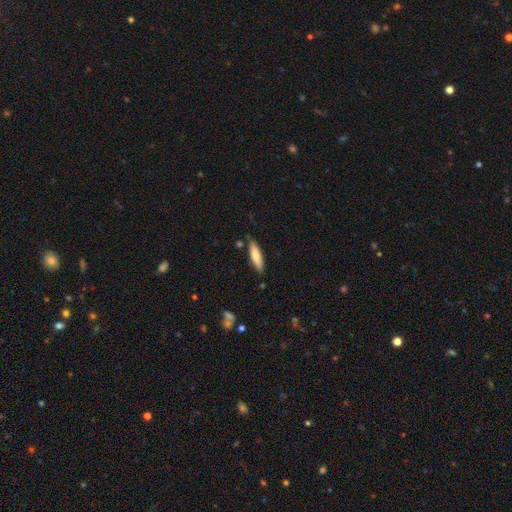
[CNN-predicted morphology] A smooth galaxy with no disk features (72%) that is cigar-shaped (69%).

Vote fractions:
- Smooth or featured? smooth: 72% / featured or disk: 23% / star or artifact: 6%
- How rounded? cigar-shaped: 69% / in between: 29% / round: 1%
- Merging? none: 83% / minor disturbance: 12% / merger: 3% / major disturbance: 2%